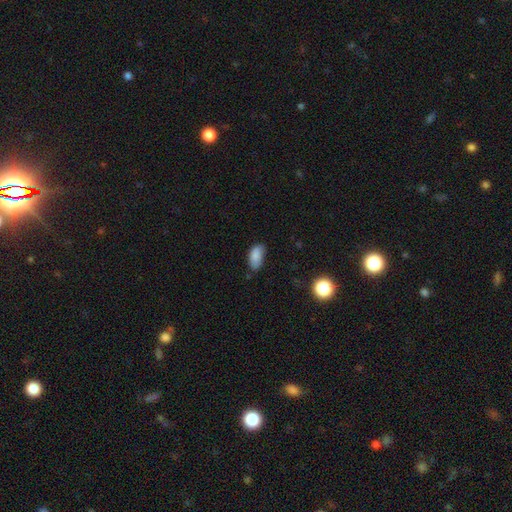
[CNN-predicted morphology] Smooth or featured? Predicted: smooth (p=0.86). How rounded? Predicted: in between (p=0.92). Merging? Predicted: none (p=0.68).